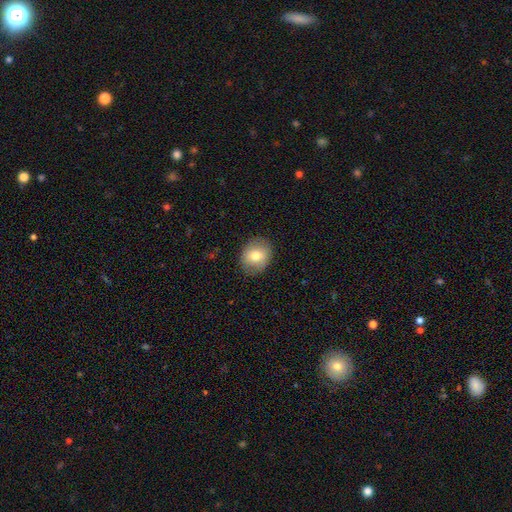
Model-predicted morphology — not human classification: Overall: smooth (75%). How rounded: round (61%; in between 38%). Merging: none (85%).